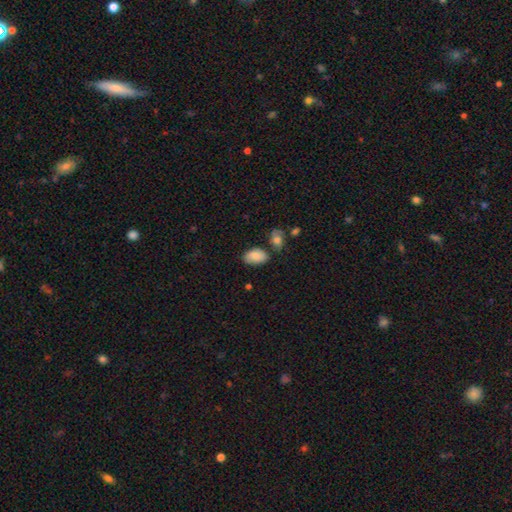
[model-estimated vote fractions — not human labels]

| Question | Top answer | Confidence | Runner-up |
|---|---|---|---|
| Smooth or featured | smooth | 83% | featured or disk (10%) |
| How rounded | in between | 92% | round (6%) |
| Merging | none | 69% | minor disturbance (19%) |